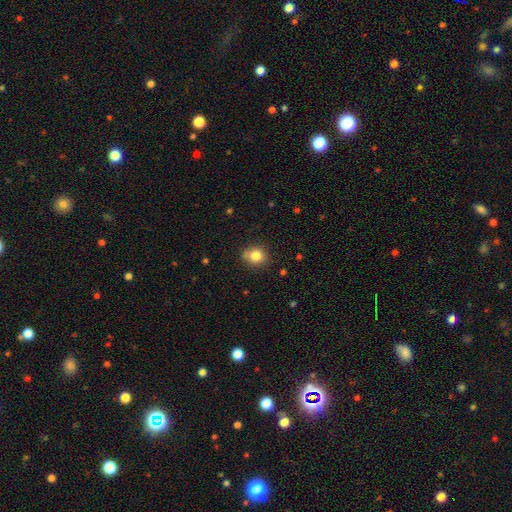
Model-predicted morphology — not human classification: Smooth or featured? smooth (82%)
How rounded? round (75%)
Merging? none (76%)